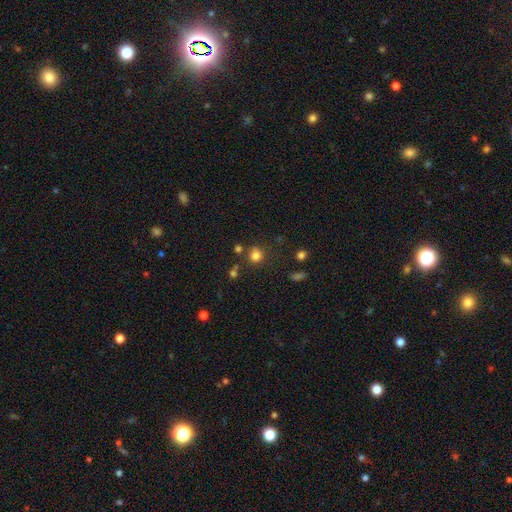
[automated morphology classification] A smooth galaxy with no disk features (79%) that is round (86%).

Vote fractions:
- Smooth or featured? smooth: 79% / star or artifact: 15% / featured or disk: 6%
- How rounded? round: 86% / in between: 13% / cigar-shaped: 1%
- Merging? none: 76% / minor disturbance: 12% / merger: 8% / major disturbance: 4%